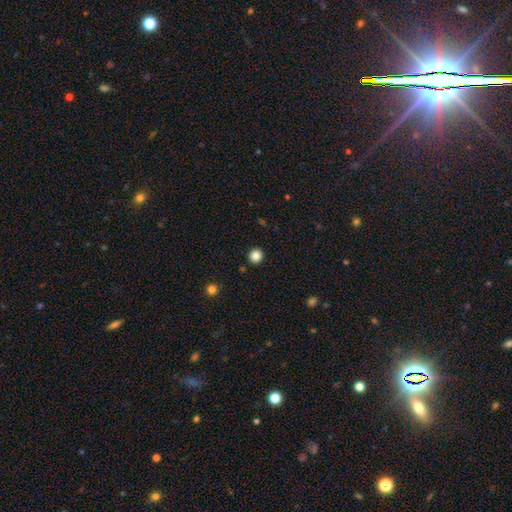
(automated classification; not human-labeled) This is clearly a smooth galaxy (84%). How rounded: clearly round (92%). Merging: clearly none (92%).